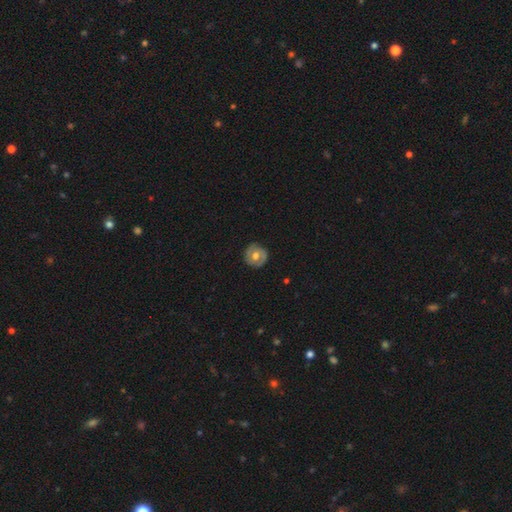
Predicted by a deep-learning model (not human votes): Overall: smooth (47%; featured or disk 46%). Merging: none (82%).